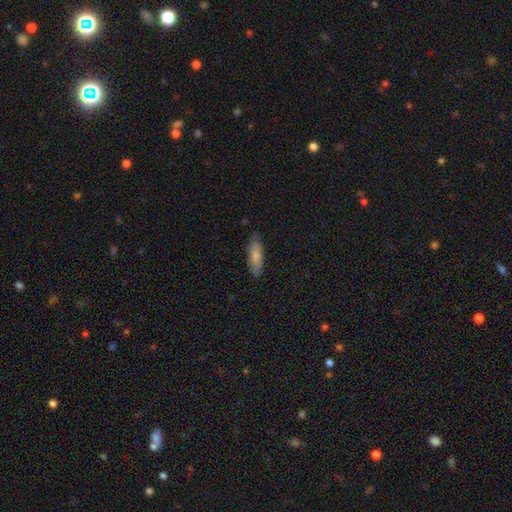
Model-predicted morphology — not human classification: Smooth or featured? smooth (79%)
How rounded? in between (54%)
Merging? none (81%)